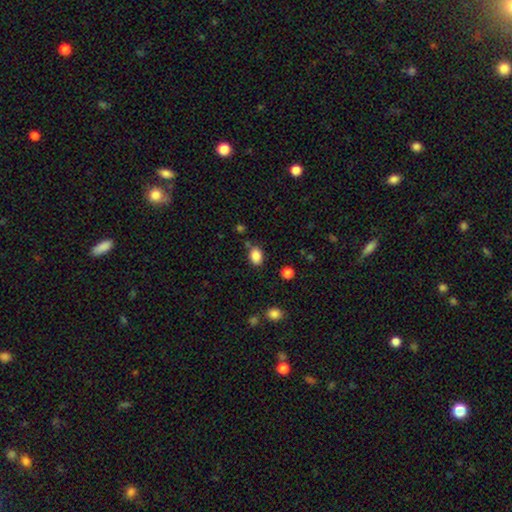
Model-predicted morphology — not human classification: The model was most divided on "how rounded": in between: 73%, round: 26%, cigar-shaped: 1%. More confident: smooth or featured — smooth (87%); merging — none (73%).